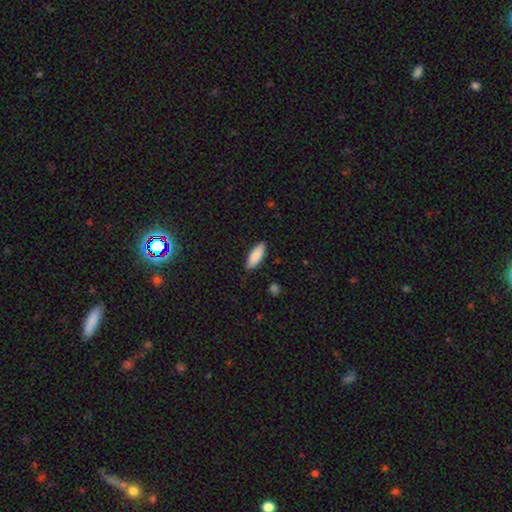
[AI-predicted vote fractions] Smooth or featured? Predicted: smooth (p=0.87). How rounded? Predicted: in between (p=0.64). Merging? Predicted: none (p=0.86).